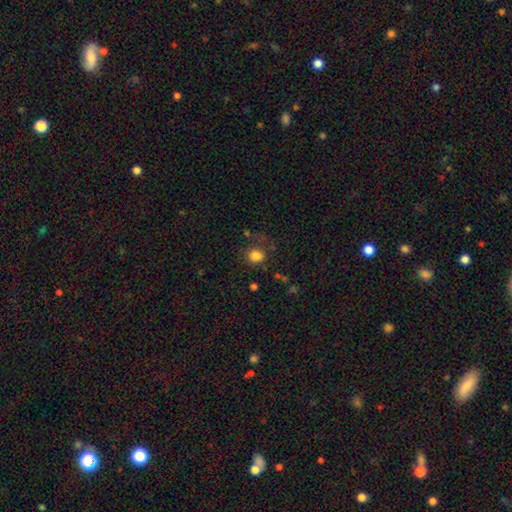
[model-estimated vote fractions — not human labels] Smooth or featured: smooth — 82% (star or artifact — 11%)
How rounded: round — 71% (in between — 28%)
Merging: none — 65% (minor disturbance — 18%)